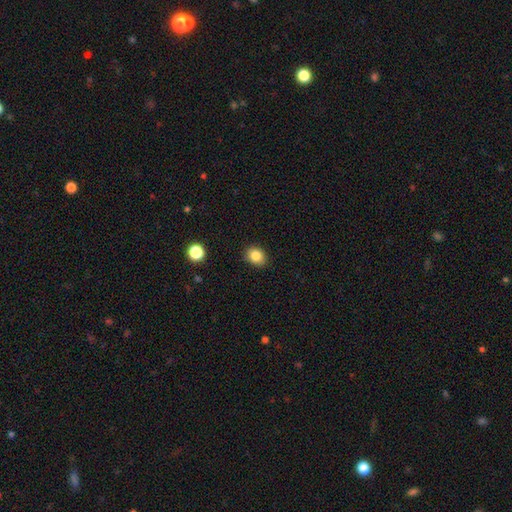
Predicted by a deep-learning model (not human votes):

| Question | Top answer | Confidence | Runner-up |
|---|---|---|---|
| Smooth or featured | smooth | 84% | star or artifact (10%) |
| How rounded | round | 54% | in between (45%) |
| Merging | none | 87% | minor disturbance (9%) |